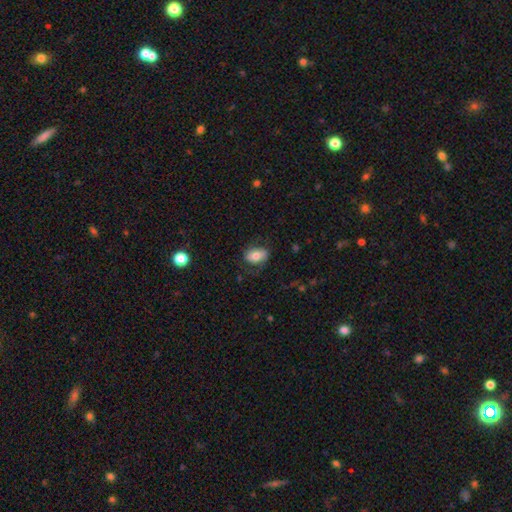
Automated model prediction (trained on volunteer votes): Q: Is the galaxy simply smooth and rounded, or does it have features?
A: smooth — 72%.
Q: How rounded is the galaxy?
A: in between — 87%.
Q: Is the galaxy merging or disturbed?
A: none — 72%.